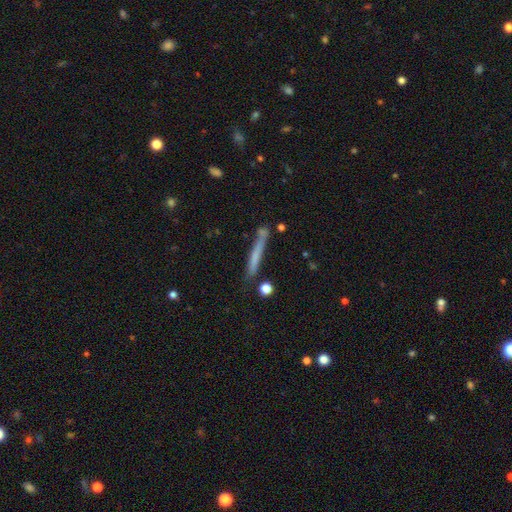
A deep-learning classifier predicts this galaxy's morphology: This is possibly a smooth galaxy (57%). How rounded: clearly cigar-shaped (96%). Merging: likely none (72%).